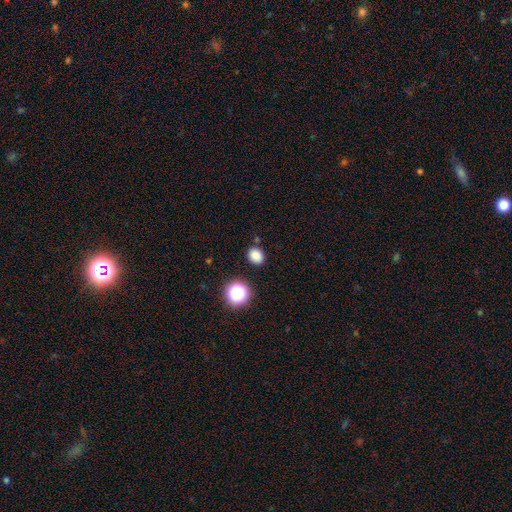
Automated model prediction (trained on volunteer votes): smooth-or-featured: smooth: 82% | star or artifact: 14% | featured or disk: 4%
  how-rounded: round: 58% | in between: 41% | cigar-shaped: 1%
  merging: none: 85% | minor disturbance: 9% | merger: 3% | major disturbance: 3%